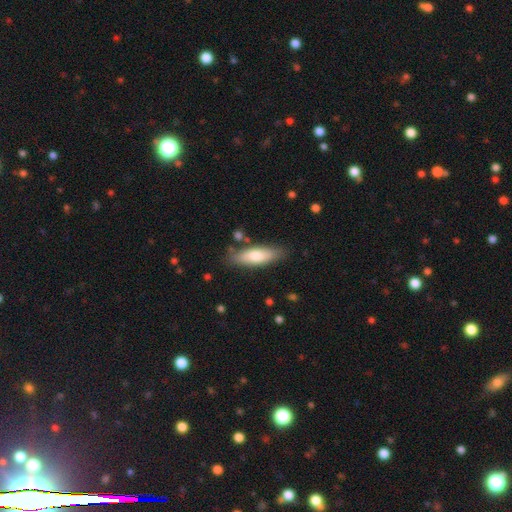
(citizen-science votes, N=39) This appears to be a smooth galaxy with no disk features (49%) that is in between round and cigar-shaped (53%). Merging: none (83%).